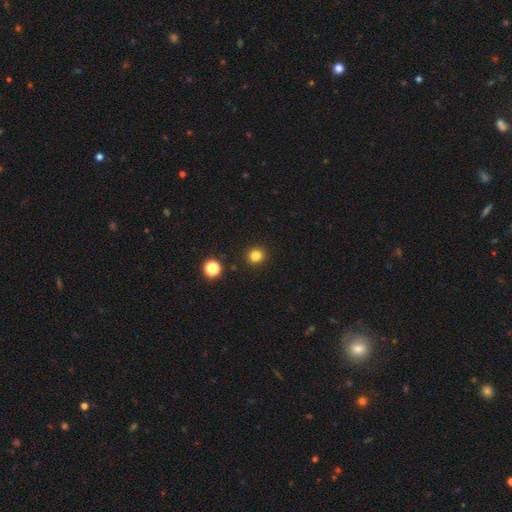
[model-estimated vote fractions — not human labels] A smooth galaxy with no disk features (81%) that is round (90%).

Vote fractions:
- Smooth or featured? smooth: 81% / star or artifact: 14% / featured or disk: 5%
- How rounded? round: 90% / in between: 9% / cigar-shaped: 1%
- Merging? none: 92% / minor disturbance: 5% / major disturbance: 2% / merger: 2%